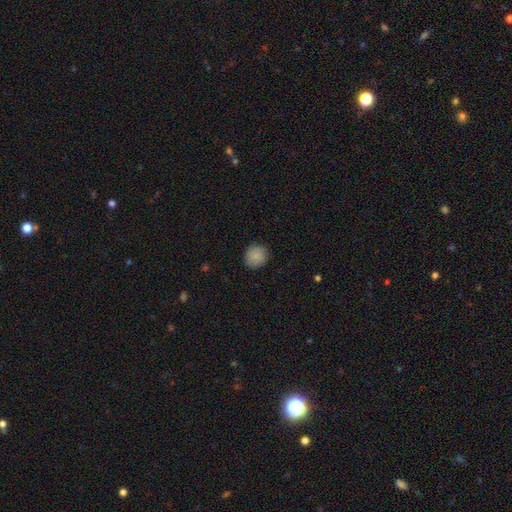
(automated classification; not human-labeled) Smooth or featured? smooth (87%)
How rounded? round (89%)
Merging? none (87%)